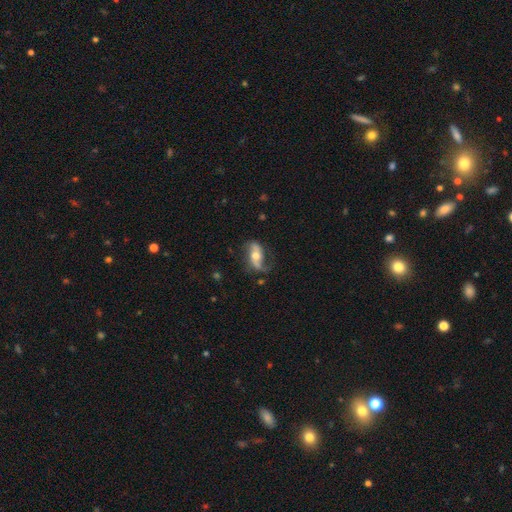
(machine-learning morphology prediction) This appears to be a featured or disk galaxy (70%) with no bar (43%), 2 (80%) loose (65%) spiral arms (87%) and a moderate central bulge (69%). Merging: none (60%).